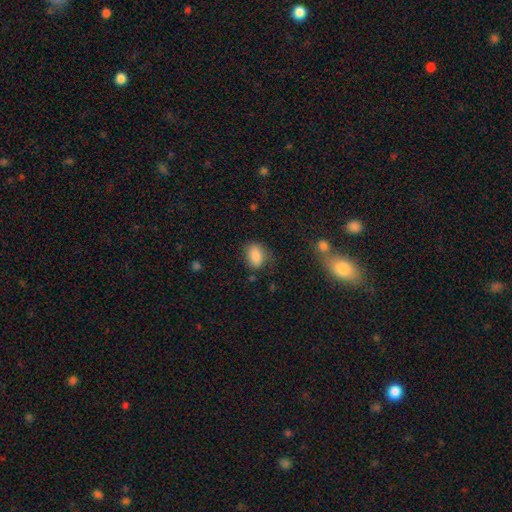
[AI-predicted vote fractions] This is clearly a smooth galaxy (85%). How rounded: likely in between (79%). Merging: likely none (62%).